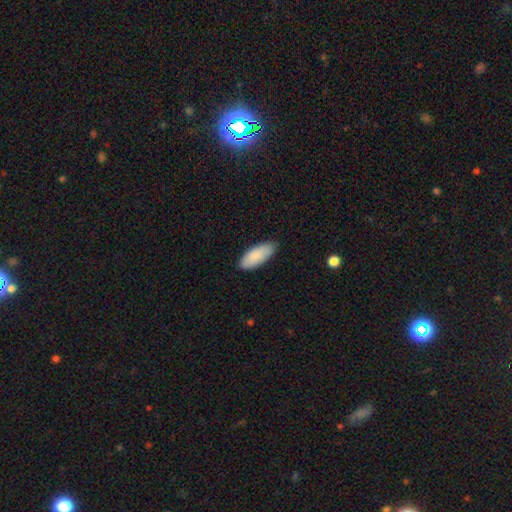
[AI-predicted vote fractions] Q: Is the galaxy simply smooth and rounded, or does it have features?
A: smooth — 88%.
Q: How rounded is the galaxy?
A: in between — 83%.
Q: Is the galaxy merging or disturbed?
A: none — 83%.